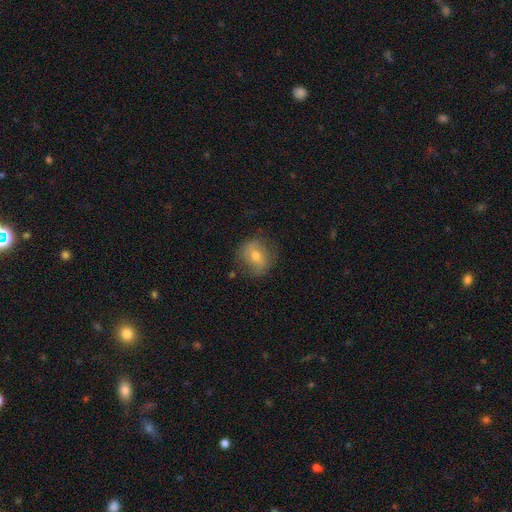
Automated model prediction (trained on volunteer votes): Smooth or featured? smooth (59%)
How rounded? round (70%)
Merging? none (73%)